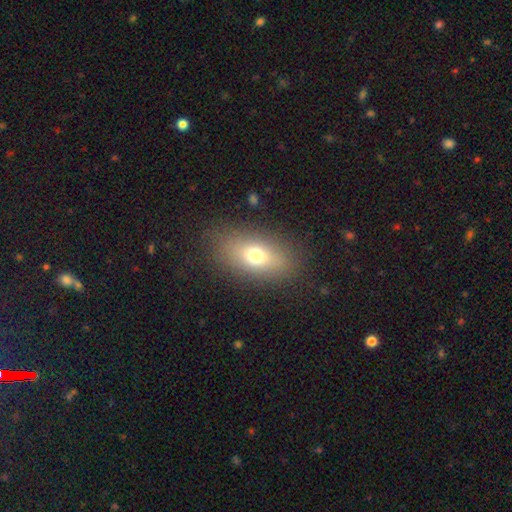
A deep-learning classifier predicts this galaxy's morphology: smooth-or-featured: smooth: 70% | featured or disk: 18% | star or artifact: 13%
  how-rounded: in between: 83% | round: 13% | cigar-shaped: 4%
  merging: none: 83% | minor disturbance: 11% | major disturbance: 6% | merger: 1%